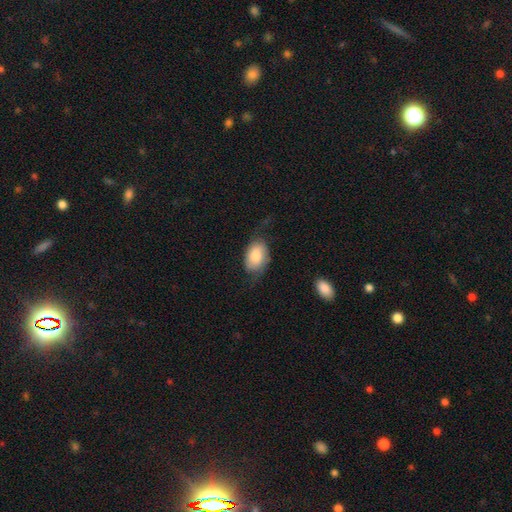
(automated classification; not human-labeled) The model was most divided on "merging": none: 53%, minor disturbance: 30%, major disturbance: 16%, merger: 2%. More confident: how rounded — in between (89%); smooth or featured — smooth (74%).